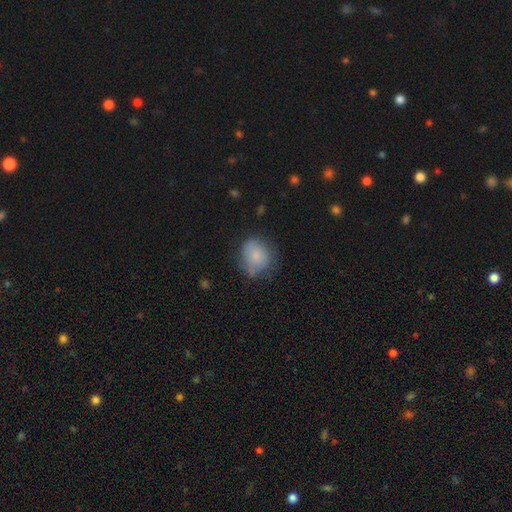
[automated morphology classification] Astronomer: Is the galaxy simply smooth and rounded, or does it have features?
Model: smooth — 75%.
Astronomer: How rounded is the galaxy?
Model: round — 60% (runner-up: in between, 38%).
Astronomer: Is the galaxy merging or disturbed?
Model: none — 54% (runner-up: minor disturbance, 33%).